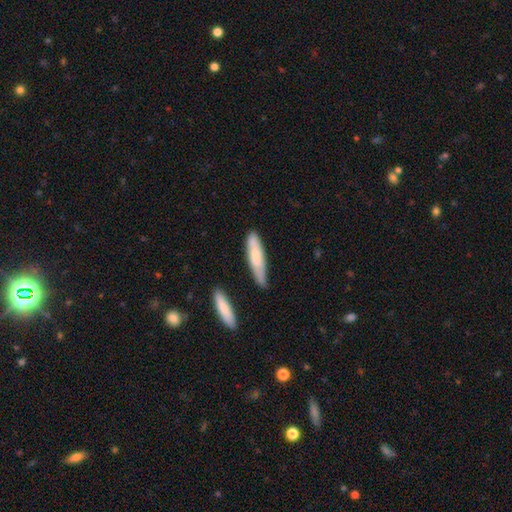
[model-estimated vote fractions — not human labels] Q: Smooth or featured?
A: smooth (69%); runner-up: featured or disk (25%)
Q: How rounded?
A: cigar-shaped (78%); runner-up: in between (20%)
Q: Merging?
A: none (69%); runner-up: minor disturbance (22%)